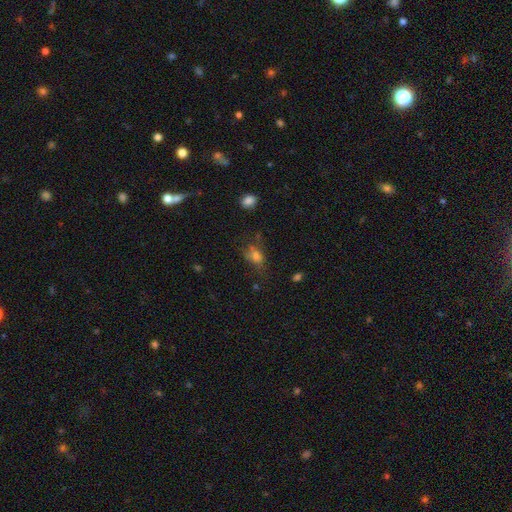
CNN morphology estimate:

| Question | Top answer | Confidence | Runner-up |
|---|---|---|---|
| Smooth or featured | smooth | 69% | star or artifact (16%) |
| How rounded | in between | 71% | round (25%) |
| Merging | none | 46% | minor disturbance (25%) |